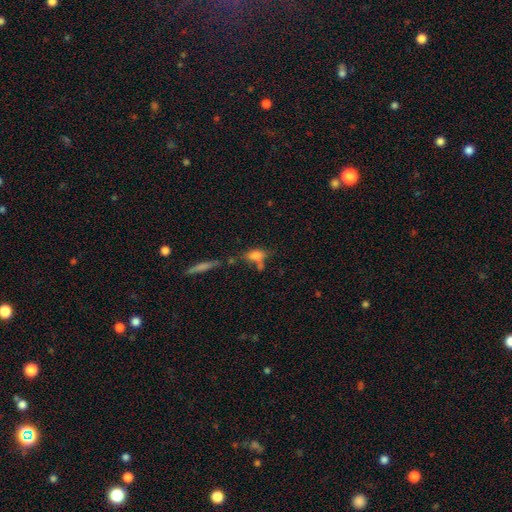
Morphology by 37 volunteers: This is clearly a smooth galaxy (84%). How rounded: likely in between (77%). Merging: possibly none (49%).